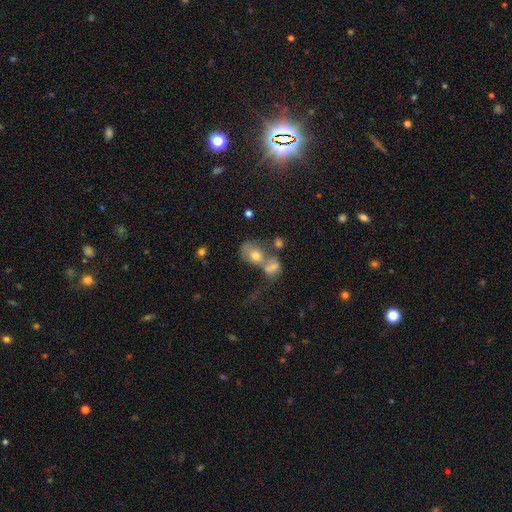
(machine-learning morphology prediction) This appears to be a star or artifact, not a galaxy (43%).